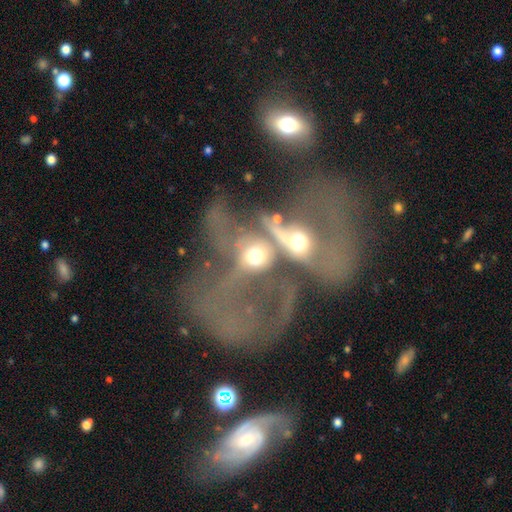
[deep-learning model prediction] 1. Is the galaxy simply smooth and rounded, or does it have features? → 57% featured or disk, 25% smooth, 17% star or artifact.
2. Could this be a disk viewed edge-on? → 95% no, 5% yes.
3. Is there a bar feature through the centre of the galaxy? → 80% no, 14% weak, 6% strong.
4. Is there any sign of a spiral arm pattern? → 66% no, 34% yes.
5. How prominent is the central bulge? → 55% moderate, 24% small, 10% large, 8% none, 4% dominant.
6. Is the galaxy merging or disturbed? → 67% merger, 23% major disturbance, 6% none, 4% minor disturbance.